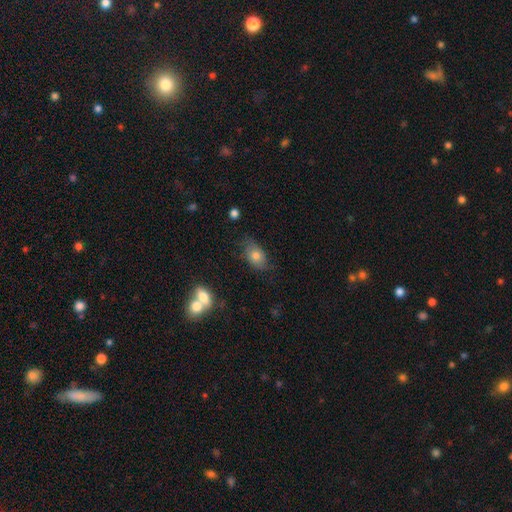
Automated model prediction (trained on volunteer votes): Morphology: type=smooth (73%); roundness=in between (85%); merging=none (64%).